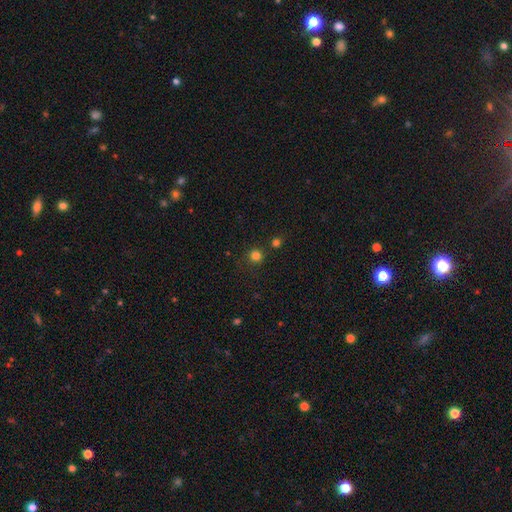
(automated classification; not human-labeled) smooth-or-featured: smooth: 79% | star or artifact: 17% | featured or disk: 5%
  how-rounded: round: 94% | in between: 5% | cigar-shaped: 1%
  merging: none: 82% | minor disturbance: 8% | merger: 7% | major disturbance: 3%